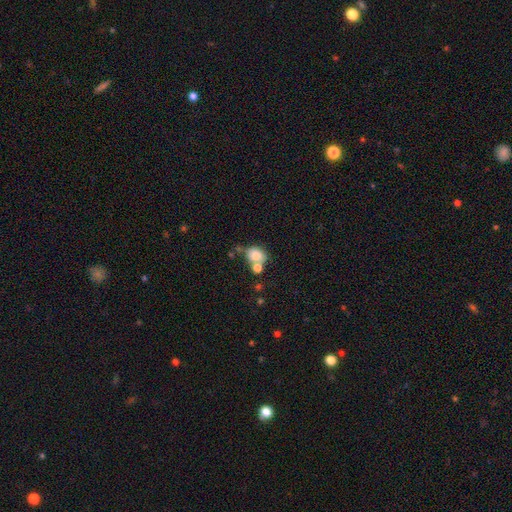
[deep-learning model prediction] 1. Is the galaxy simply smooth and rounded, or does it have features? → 78% smooth, 12% featured or disk, 10% star or artifact.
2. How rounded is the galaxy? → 50% in between, 48% round, 1% cigar-shaped.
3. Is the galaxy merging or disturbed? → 44% none, 35% merger, 15% minor disturbance, 6% major disturbance.